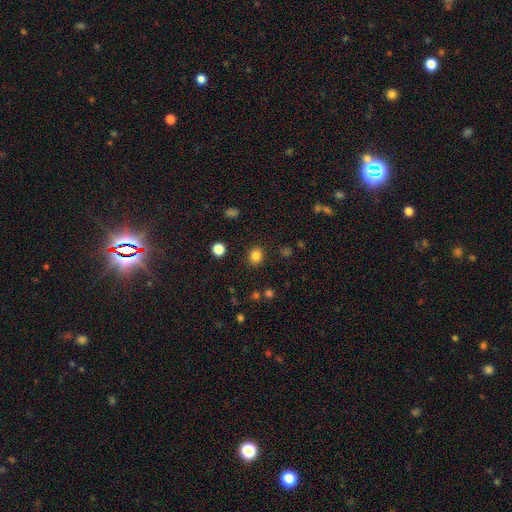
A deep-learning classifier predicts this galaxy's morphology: This appears to be a smooth galaxy with no disk features (83%) that is round (65%). Merging: none (88%).